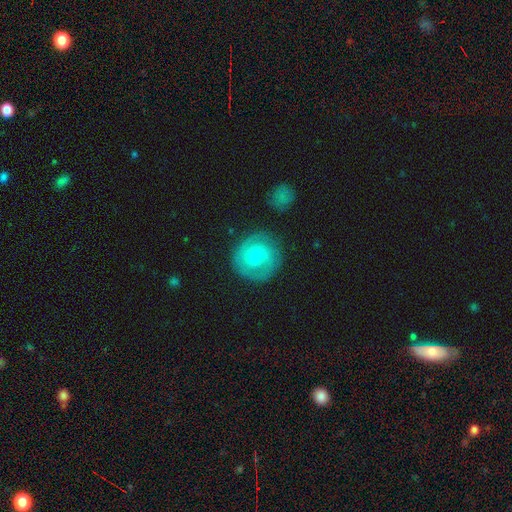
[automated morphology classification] smooth_or_featured: featured or disk (p=0.55) [alt: smooth p=0.38]
disk_edge_on: no (p=0.97) [alt: yes p=0.03]
bar: no (p=0.70) [alt: weak p=0.25]
has_spiral_arms: yes (p=0.80) [alt: no p=0.20]
bulge_size: small (p=0.49) [alt: moderate p=0.47]
merging: none (p=0.80) [alt: minor disturbance p=0.13]